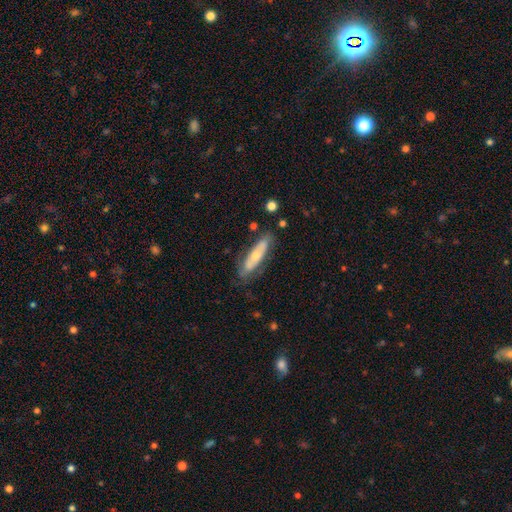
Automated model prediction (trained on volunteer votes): featured or disk 47% (tied), smooth 47% (tied), star or artifact 6%. Down the decision tree: merging — none (70%).